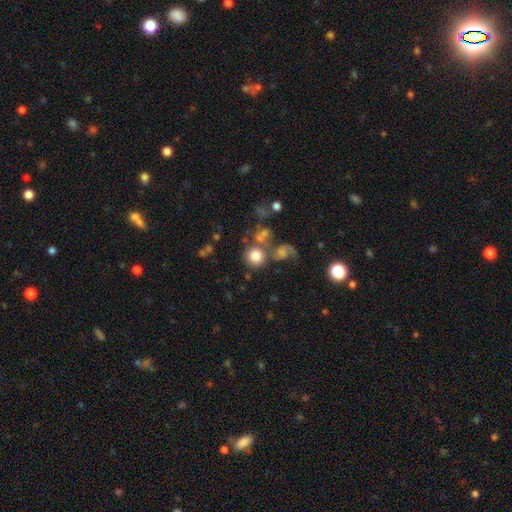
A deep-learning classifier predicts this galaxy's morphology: A smooth galaxy with no disk features (76%) that is round (89%). Merging: none (54%).